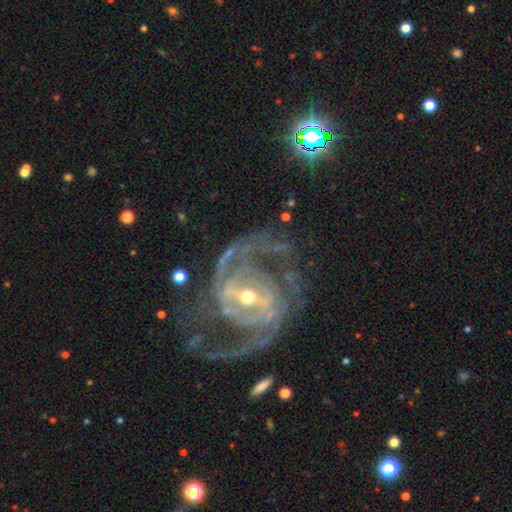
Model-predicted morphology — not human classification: Overall: featured or disk (91%). Edge-on disk: no (98%). Bar: strong (53%; weak 34%). Spiral arms: yes (98%). Spiral arm count: 2 (77%). Spiral winding: medium (57%; tight 26%). Bulge size: small (58%; moderate 38%). Merging: none (66%).